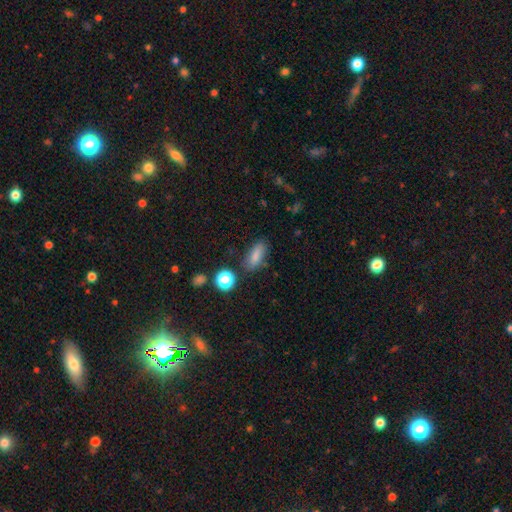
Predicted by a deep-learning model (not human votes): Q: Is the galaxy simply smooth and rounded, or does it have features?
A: smooth — 80%.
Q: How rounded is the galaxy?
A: in between — 73%.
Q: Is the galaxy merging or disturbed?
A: none — 76%.